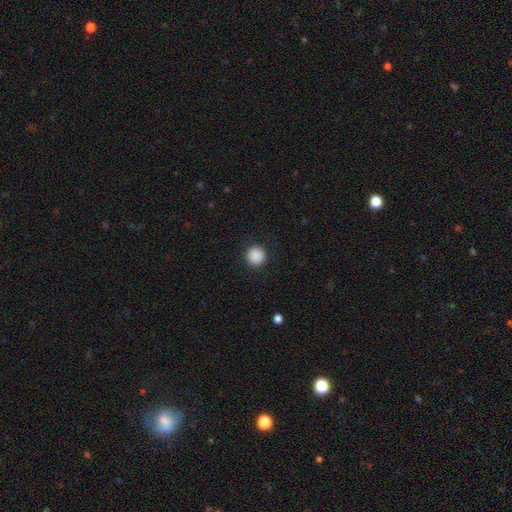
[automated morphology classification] A smooth galaxy with no disk features (89%) that is round (95%).

Vote fractions:
- Smooth or featured? smooth: 89% / star or artifact: 9% / featured or disk: 2%
- How rounded? round: 95% / in between: 4% / cigar-shaped: 1%
- Merging? none: 92% / minor disturbance: 5% / major disturbance: 2% / merger: 1%